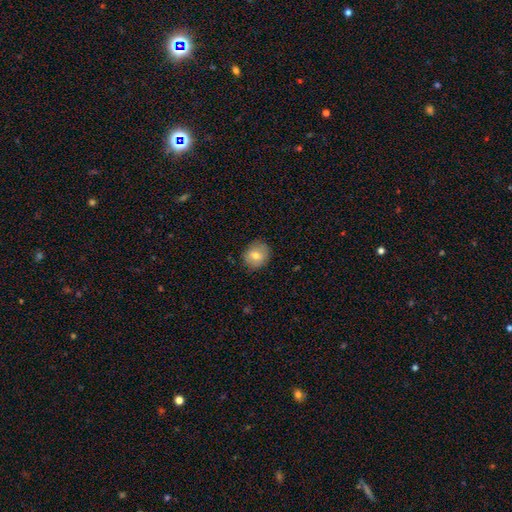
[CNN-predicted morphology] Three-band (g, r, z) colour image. It shows a smooth galaxy with no disk features (72%) that is round (71%). Merging: none (84%).